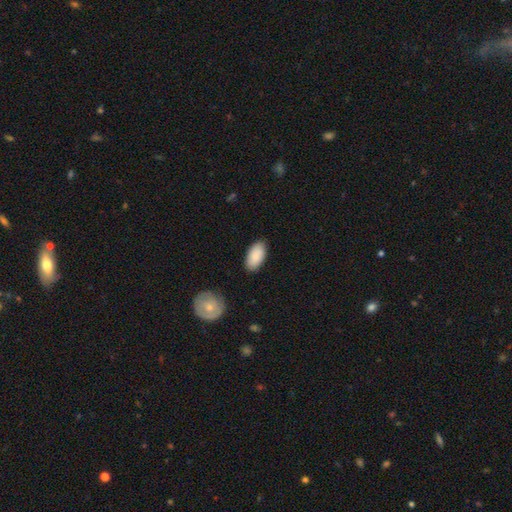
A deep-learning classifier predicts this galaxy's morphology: type=smooth (89%); roundness=in between (94%); merging=none (85%).